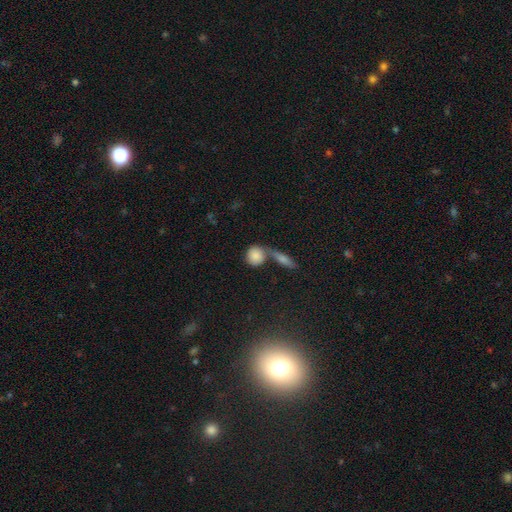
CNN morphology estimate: The model was most divided on "merging": none: 51%, merger: 34%, minor disturbance: 10%, major disturbance: 5%. More confident: smooth or featured — smooth (81%); how rounded — round (81%).